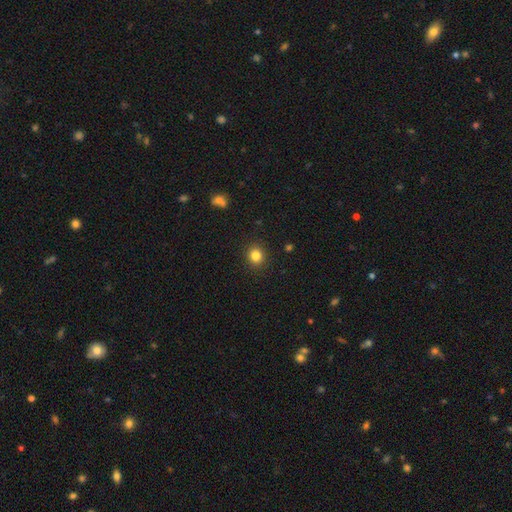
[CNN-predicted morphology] Smooth or featured: smooth — 83% (star or artifact — 12%)
How rounded: round — 82% (in between — 17%)
Merging: none — 91% (minor disturbance — 6%)